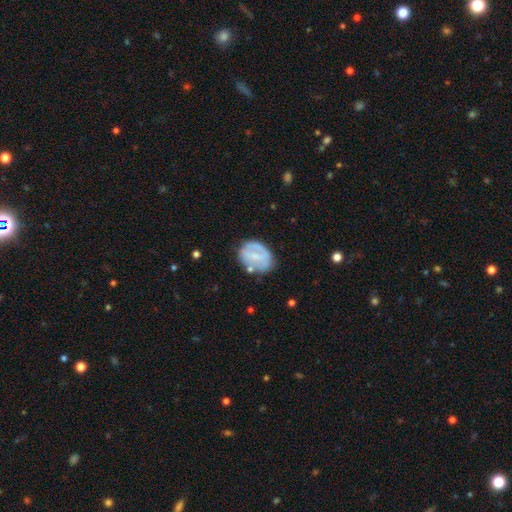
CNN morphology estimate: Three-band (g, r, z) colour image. It shows a featured or disk galaxy (49%). Merging: none (61%).